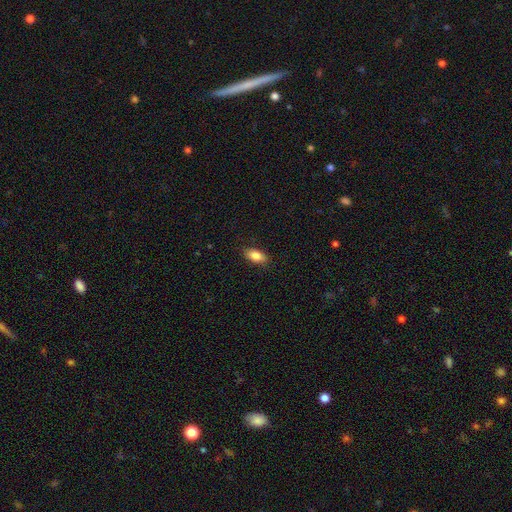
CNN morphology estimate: This is clearly a smooth galaxy (85%). How rounded: clearly in between (90%). Merging: clearly none (87%).